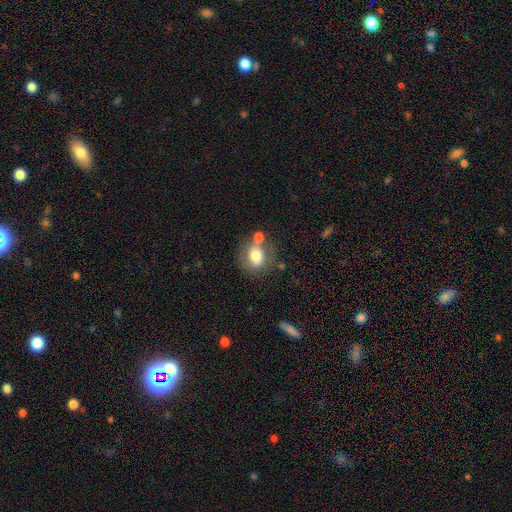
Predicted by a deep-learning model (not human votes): Smooth or featured? Predicted: smooth (p=0.73). How rounded? Predicted: round (p=0.54). Merging? Predicted: none (p=0.52).